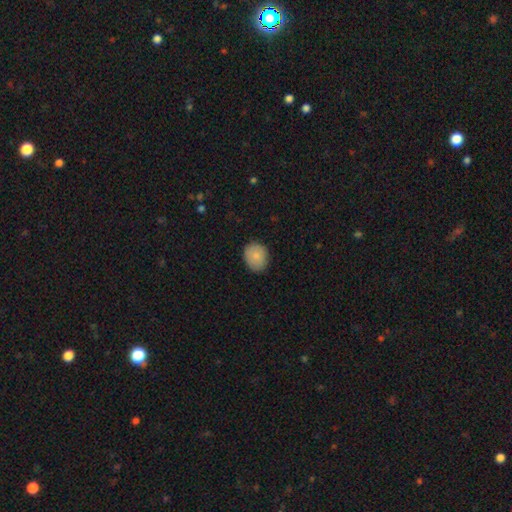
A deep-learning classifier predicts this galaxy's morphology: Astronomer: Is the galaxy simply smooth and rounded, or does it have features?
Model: smooth — 85%.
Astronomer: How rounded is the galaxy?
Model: round — 63%.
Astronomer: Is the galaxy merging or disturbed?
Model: none — 85%.